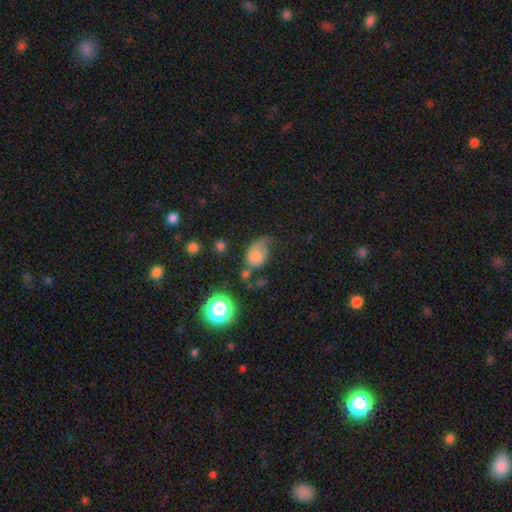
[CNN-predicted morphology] Smooth or featured? Predicted: smooth (p=0.67). How rounded? Predicted: in between (p=0.64). Merging? Predicted: major disturbance (p=0.39).